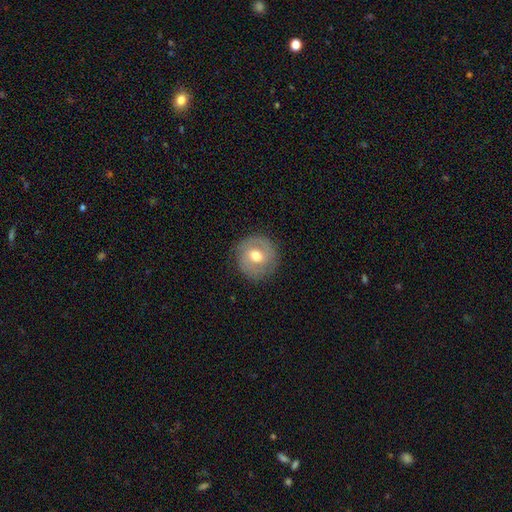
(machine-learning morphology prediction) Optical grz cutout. It shows a featured or disk galaxy (51%). Merging: none (84%).